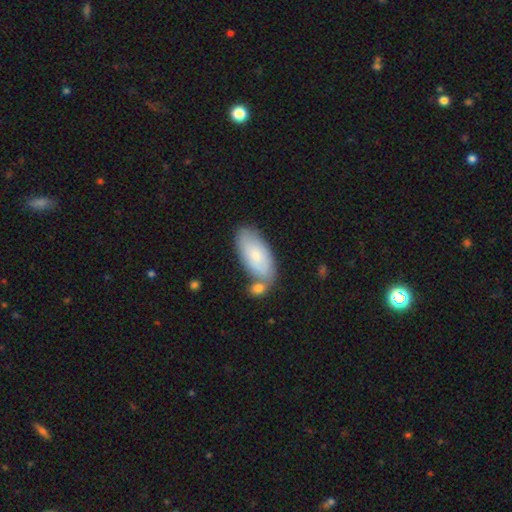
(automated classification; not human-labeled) smooth 73%, featured or disk 21%, star or artifact 6%. Down the decision tree: how rounded — in between (90%); merging — none (60%).